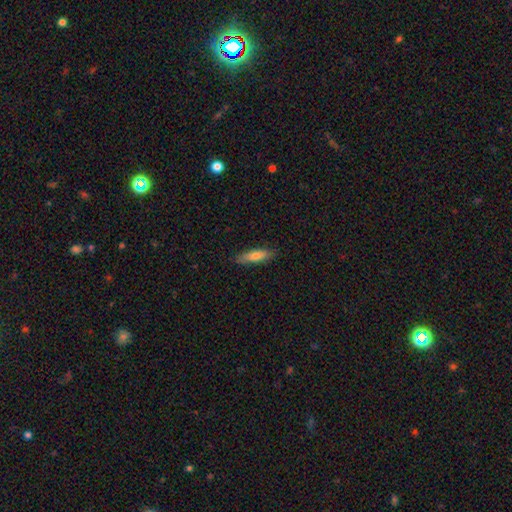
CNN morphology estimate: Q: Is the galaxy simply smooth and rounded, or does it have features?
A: smooth — 71%.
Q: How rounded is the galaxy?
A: cigar-shaped — 59%.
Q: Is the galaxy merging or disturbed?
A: none — 87%.